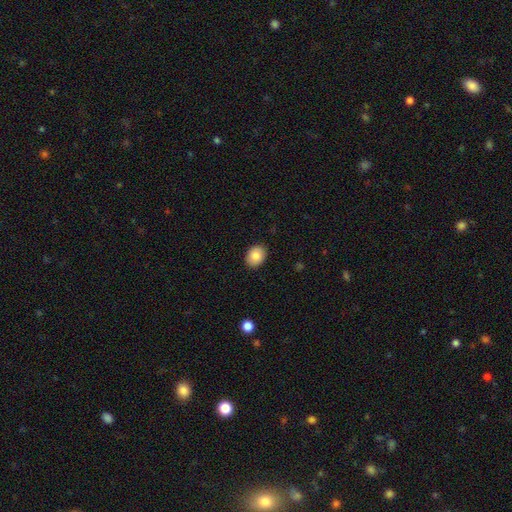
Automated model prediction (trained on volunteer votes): A smooth galaxy with no disk features (86%) that is in between round and cigar-shaped (66%). Merging: none (90%).